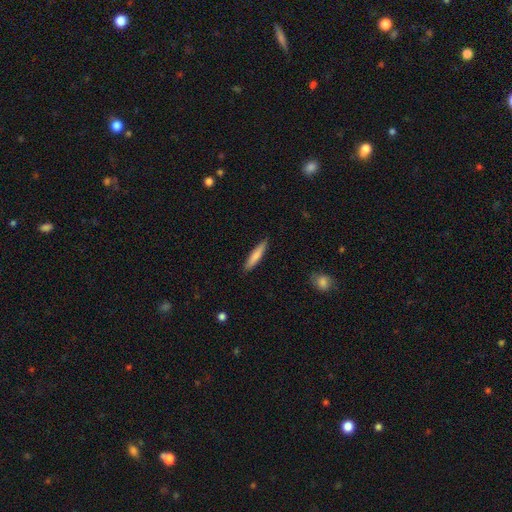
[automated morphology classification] A smooth galaxy with no disk features (80%) that is cigar-shaped (88%).

Vote fractions:
- Smooth or featured? smooth: 80% / featured or disk: 15% / star or artifact: 5%
- How rounded? cigar-shaped: 88% / in between: 11% / round: 1%
- Merging? none: 89% / minor disturbance: 8% / major disturbance: 2% / merger: 1%